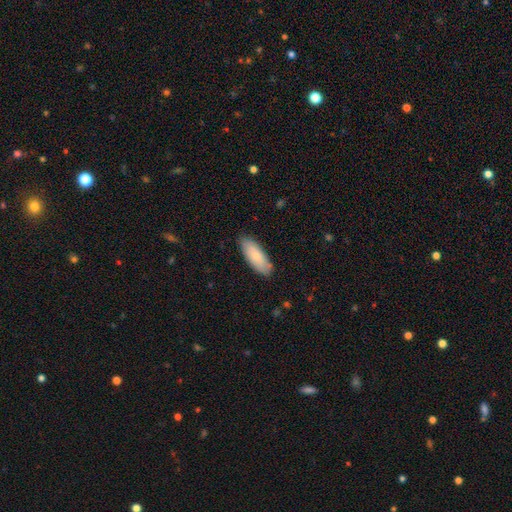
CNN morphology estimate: smooth 82%, featured or disk 13%, star or artifact 5%. Down the decision tree: how rounded — in between (76%); merging — none (85%).